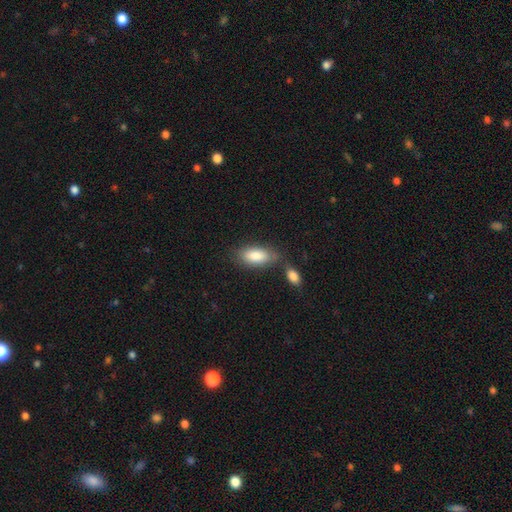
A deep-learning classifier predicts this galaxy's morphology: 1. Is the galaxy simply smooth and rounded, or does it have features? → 84% smooth, 10% featured or disk, 6% star or artifact.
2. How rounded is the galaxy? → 89% in between, 9% cigar-shaped, 3% round.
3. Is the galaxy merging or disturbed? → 60% none, 19% merger, 17% minor disturbance, 5% major disturbance.